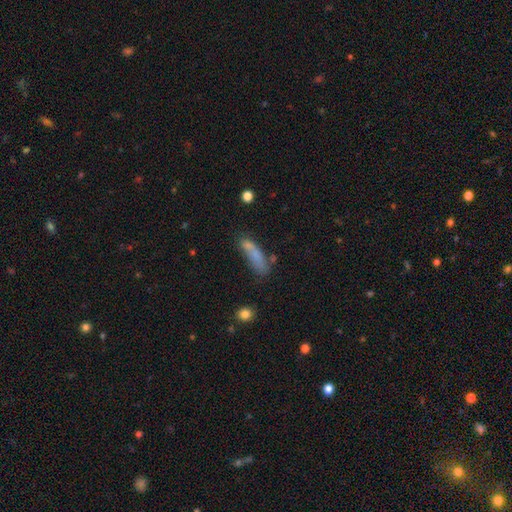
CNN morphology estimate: A smooth galaxy with no disk features (72%) that is cigar-shaped (64%). Merging: none (50%).